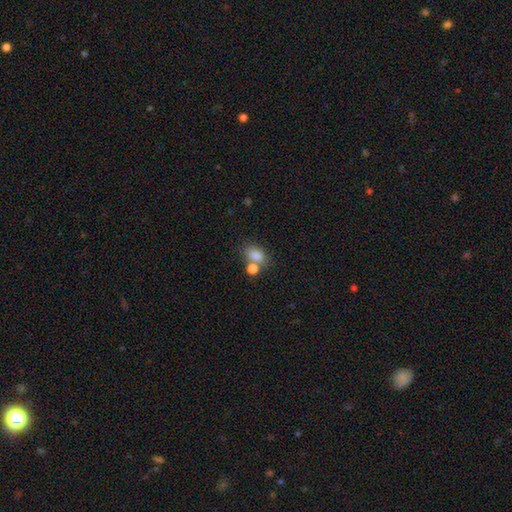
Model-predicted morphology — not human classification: Q: Smooth or featured?
A: smooth (82%); runner-up: star or artifact (10%)
Q: How rounded?
A: in between (73%); runner-up: round (25%)
Q: Merging?
A: none (50%); runner-up: merger (33%)